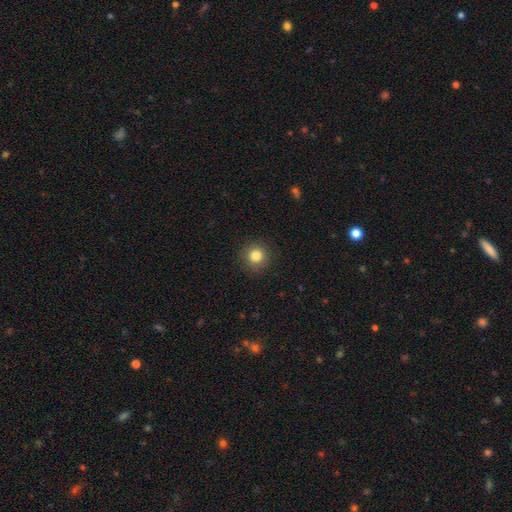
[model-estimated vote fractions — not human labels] Smooth or featured?
  - smooth: 83% *
  - star or artifact: 11%
  - featured or disk: 6%
How rounded?
  - round: 94% *
  - in between: 5%
  - cigar-shaped: 1%
Merging?
  - none: 91% *
  - minor disturbance: 6%
  - major disturbance: 2%
  - merger: 1%